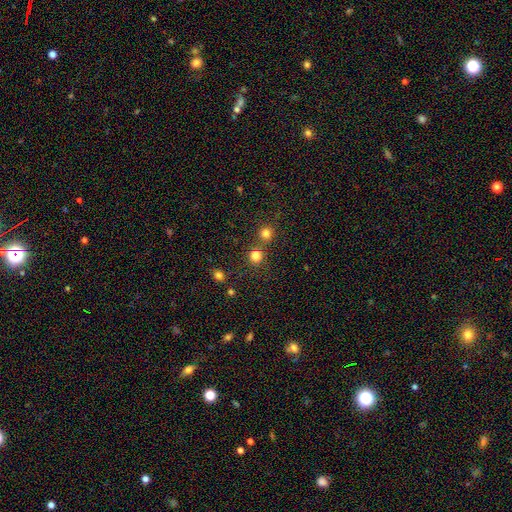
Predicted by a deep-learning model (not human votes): Smooth or featured? smooth (79%)
How rounded? round (92%)
Merging? none (71%)